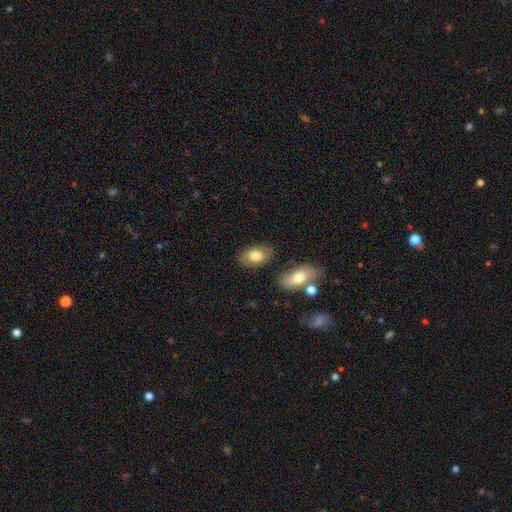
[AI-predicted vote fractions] A smooth galaxy with no disk features (77%) that is in between round and cigar-shaped (91%). Merging: none (78%).